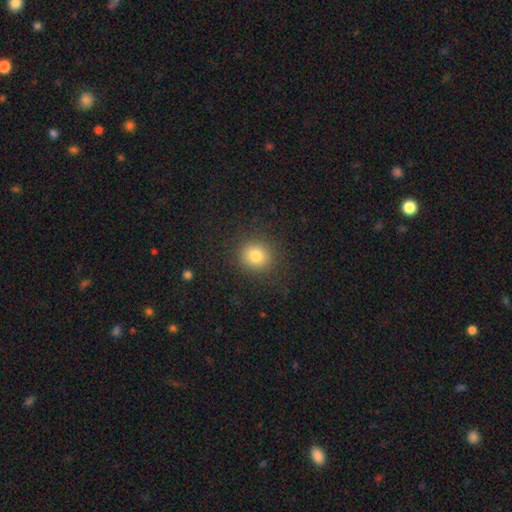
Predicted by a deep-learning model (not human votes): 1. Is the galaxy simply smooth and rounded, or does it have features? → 81% smooth, 12% star or artifact, 7% featured or disk.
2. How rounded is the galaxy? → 88% round, 12% in between, 1% cigar-shaped.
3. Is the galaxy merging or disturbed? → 88% none, 7% minor disturbance, 3% major disturbance, 1% merger.